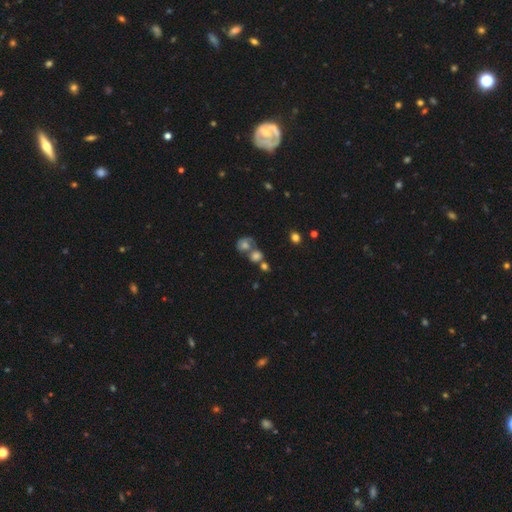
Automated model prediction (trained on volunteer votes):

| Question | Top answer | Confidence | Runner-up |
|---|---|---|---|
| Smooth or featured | smooth | 54% | featured or disk (23%) |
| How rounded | round | 69% | in between (29%) |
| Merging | merger | 42% | none (39%) |